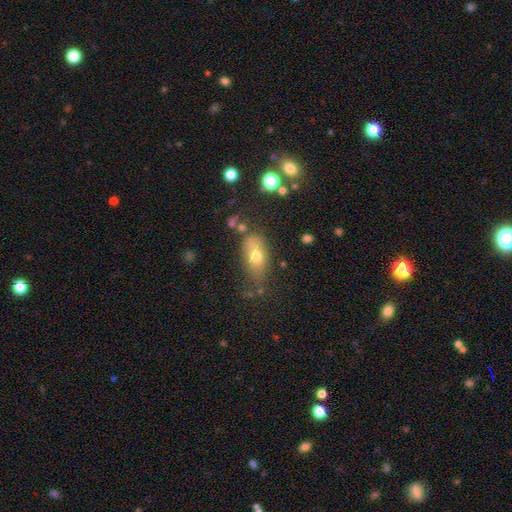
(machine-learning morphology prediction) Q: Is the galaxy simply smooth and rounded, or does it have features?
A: smooth — 68%.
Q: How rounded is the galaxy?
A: in between — 80%.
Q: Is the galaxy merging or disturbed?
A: none — 59%.